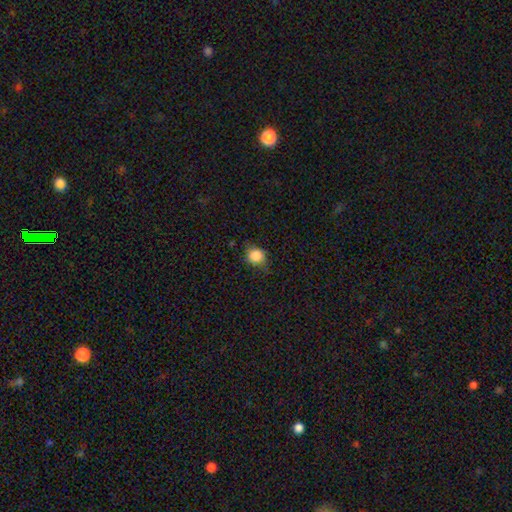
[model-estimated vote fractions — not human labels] Smooth or featured? Predicted: smooth (p=0.86). How rounded? Predicted: round (p=0.79). Merging? Predicted: none (p=0.74).